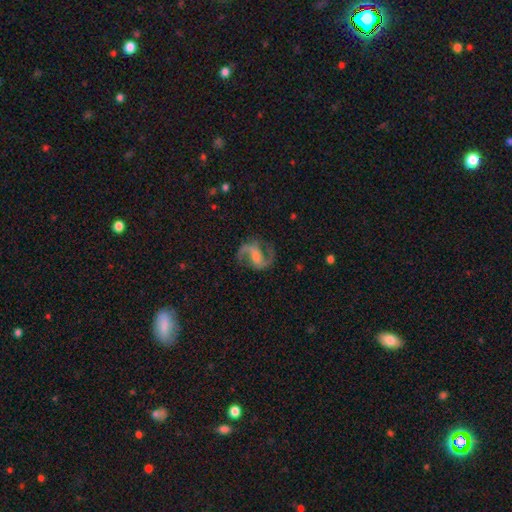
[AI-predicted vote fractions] Smooth or featured? Predicted: featured or disk (p=0.89). Edge-on disk? Predicted: no (p=0.98). Bar? Predicted: weak (p=0.47). Spiral arms? Predicted: yes (p=0.97). Spiral winding? Predicted: medium (p=0.50). Spiral arm count? Predicted: 2 (p=0.93). Bulge size? Predicted: small (p=0.32, tied with moderate). Merging? Predicted: none (p=0.76).